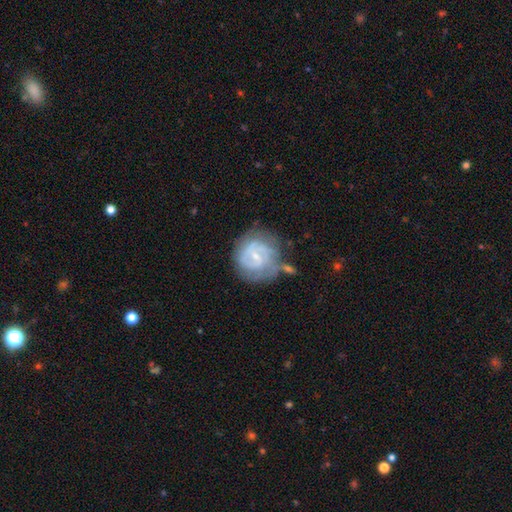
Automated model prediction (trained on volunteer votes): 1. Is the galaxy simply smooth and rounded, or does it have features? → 74% featured or disk, 20% smooth, 6% star or artifact.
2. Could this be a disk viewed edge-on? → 98% no, 2% yes.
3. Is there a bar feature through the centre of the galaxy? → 57% weak, 27% no, 16% strong.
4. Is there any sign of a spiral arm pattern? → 88% yes, 12% no.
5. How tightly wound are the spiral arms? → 52% tight, 36% medium, 11% loose.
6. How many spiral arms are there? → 55% 2, 25% can't tell, 10% 3, 5% 1, 3% 4, 2% more than 4.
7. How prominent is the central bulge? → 69% small, 24% moderate, 5% none, 1% large, 1% dominant.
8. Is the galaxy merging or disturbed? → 55% none, 22% minor disturbance, 12% major disturbance, 11% merger.